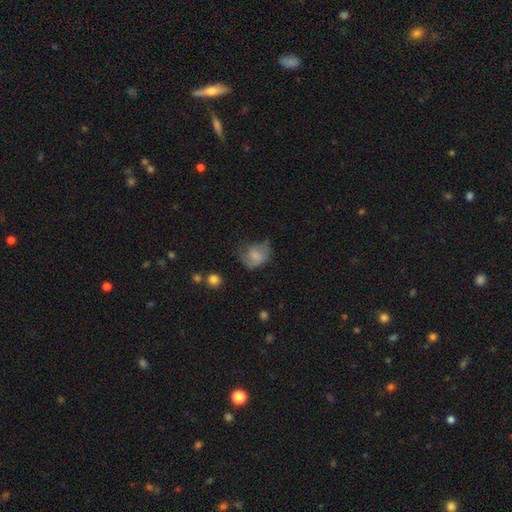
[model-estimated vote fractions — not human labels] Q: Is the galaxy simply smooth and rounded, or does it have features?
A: smooth — 68%.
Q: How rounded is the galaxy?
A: in between — 50%.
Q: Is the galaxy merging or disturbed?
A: none — 39%.